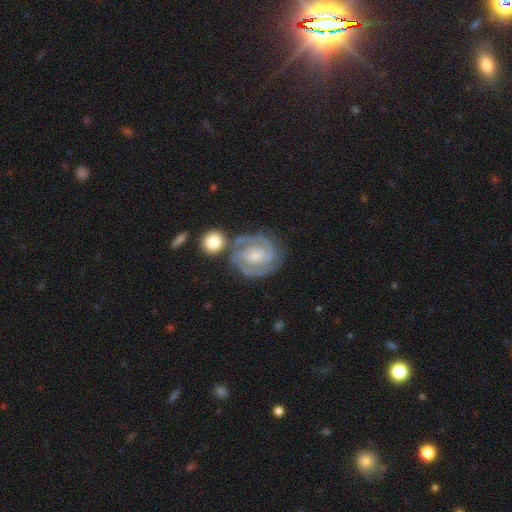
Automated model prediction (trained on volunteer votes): This is clearly a featured or disk galaxy (87%). It is clearly not viewed edge-on (98%). Bar: marginally no (44%). Spiral arm pattern: clearly yes (97%). Spiral arm count: likely 2 (68%). Spiral winding: likely tight (67%). Central bulge: possibly small (46%). Merging: likely none (67%).